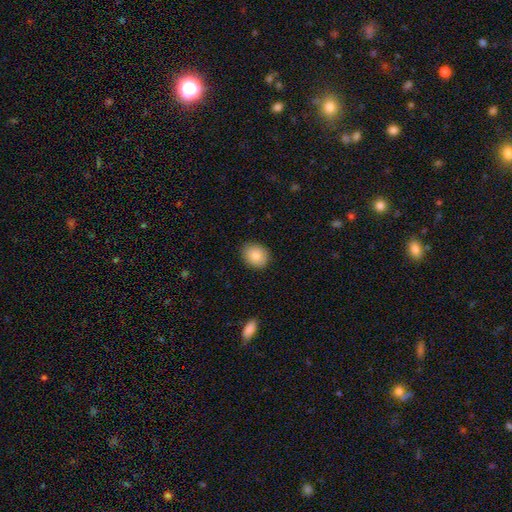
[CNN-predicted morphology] Smooth or featured: smooth — 84% (star or artifact — 8%)
How rounded: round — 55% (in between — 44%)
Merging: none — 88% (minor disturbance — 9%)